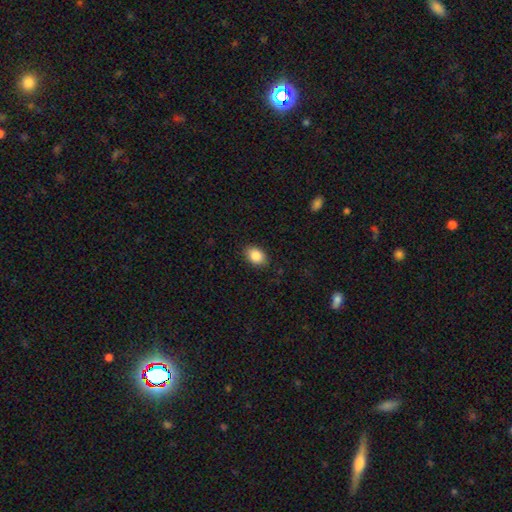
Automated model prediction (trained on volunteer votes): smooth 86%, star or artifact 8%, featured or disk 6%. Down the decision tree: how rounded — in between (79%); merging — none (88%).